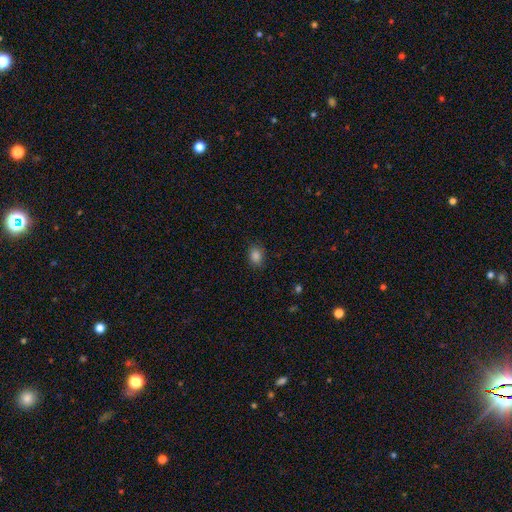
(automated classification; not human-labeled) smooth-or-featured: smooth: 85% | star or artifact: 11% | featured or disk: 4%
  how-rounded: in between: 60% | round: 38% | cigar-shaped: 1%
  merging: none: 86% | minor disturbance: 10% | major disturbance: 3% | merger: 1%